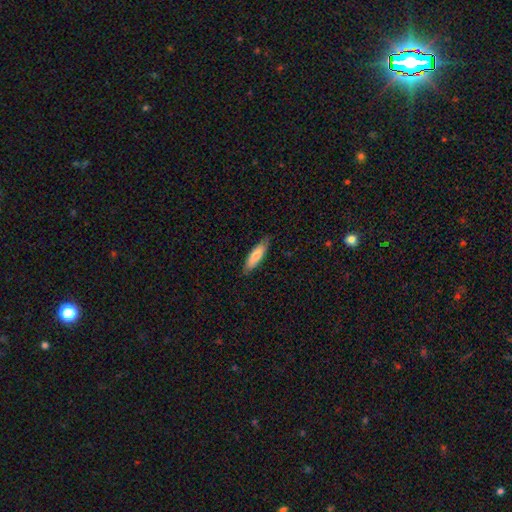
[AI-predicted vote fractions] This appears to be a smooth galaxy with no disk features (77%) that is cigar-shaped (59%). Merging: none (82%).